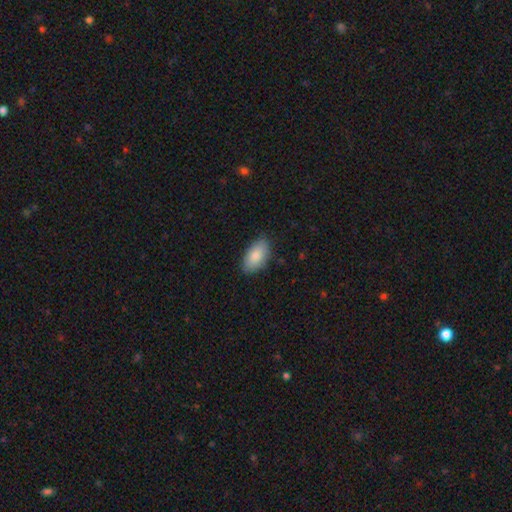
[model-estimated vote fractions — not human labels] Smooth or featured? smooth (84%)
How rounded? in between (94%)
Merging? none (82%)